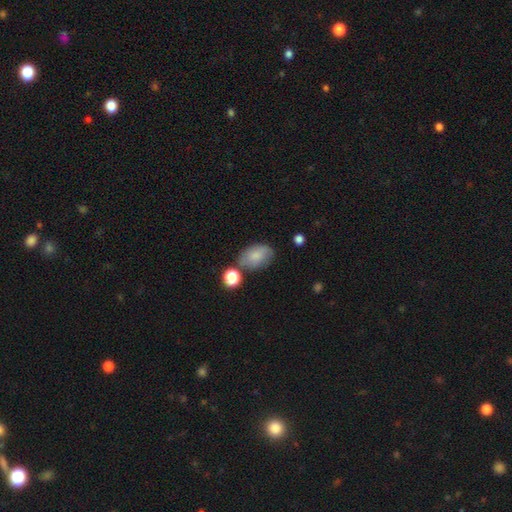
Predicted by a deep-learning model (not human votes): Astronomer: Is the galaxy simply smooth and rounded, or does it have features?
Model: smooth — 79%.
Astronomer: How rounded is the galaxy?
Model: in between — 87%.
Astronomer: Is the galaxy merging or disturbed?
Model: none — 63%.